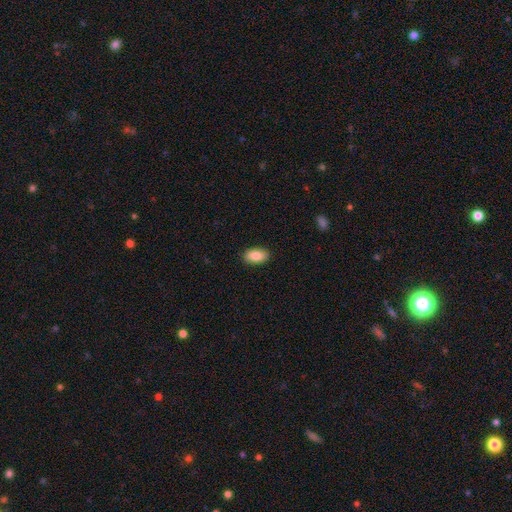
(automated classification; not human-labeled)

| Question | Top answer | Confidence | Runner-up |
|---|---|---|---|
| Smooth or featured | smooth | 86% | featured or disk (7%) |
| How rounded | in between | 93% | round (4%) |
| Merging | none | 89% | minor disturbance (8%) |